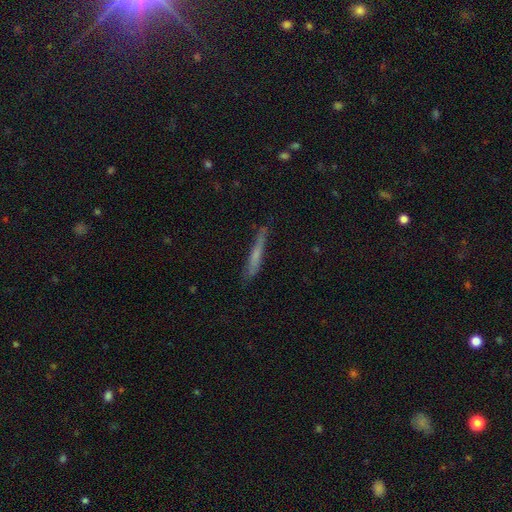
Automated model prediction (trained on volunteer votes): The model was most divided on "smooth or featured": smooth: 56%, featured or disk: 37%, star or artifact: 7%. More confident: how rounded — cigar-shaped (94%); merging — none (70%).